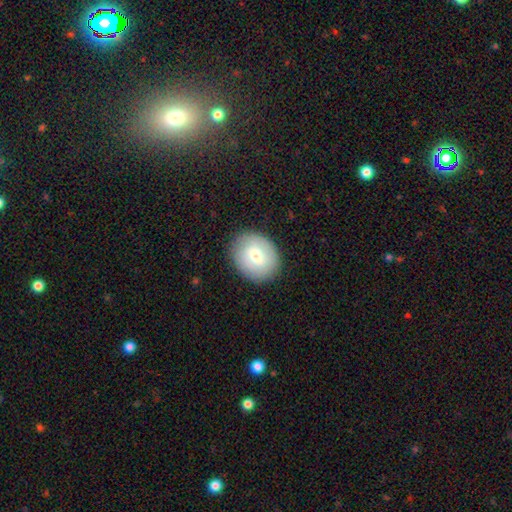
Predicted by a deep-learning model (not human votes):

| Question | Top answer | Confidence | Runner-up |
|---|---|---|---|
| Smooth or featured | smooth | 60% | featured or disk (32%) |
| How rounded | round | 65% | in between (34%) |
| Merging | none | 87% | minor disturbance (9%) |